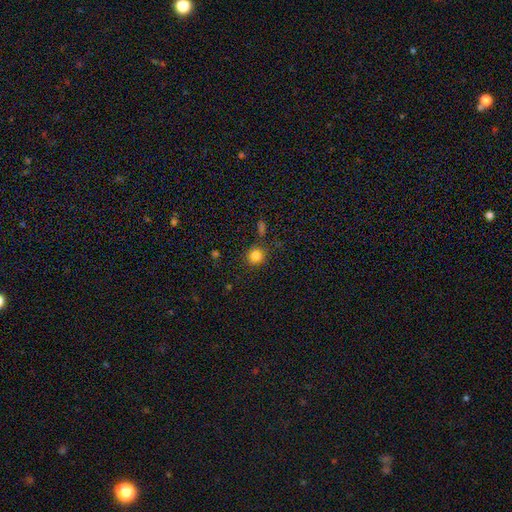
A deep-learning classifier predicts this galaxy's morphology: smooth 84%, star or artifact 12%, featured or disk 5%. Down the decision tree: how rounded — round (89%); merging — none (82%).